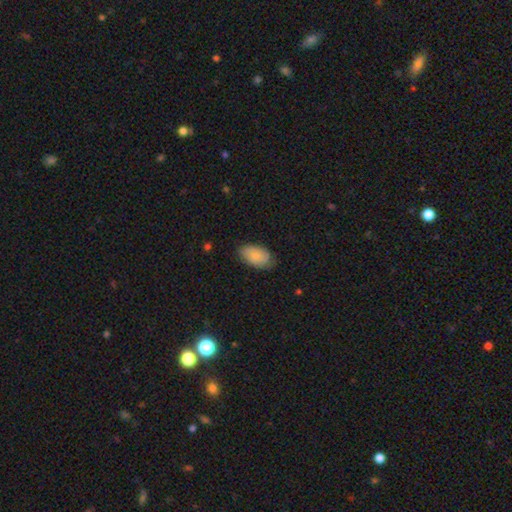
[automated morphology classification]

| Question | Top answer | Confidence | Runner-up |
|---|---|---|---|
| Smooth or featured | smooth | 77% | featured or disk (17%) |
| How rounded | in between | 93% | round (5%) |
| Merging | none | 71% | minor disturbance (23%) |